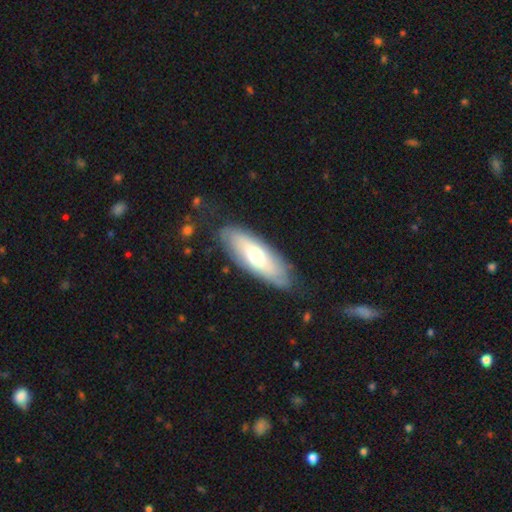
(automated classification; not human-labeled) Morphology: type=smooth (56%); roundness=in between (65%); merging=none (80%).